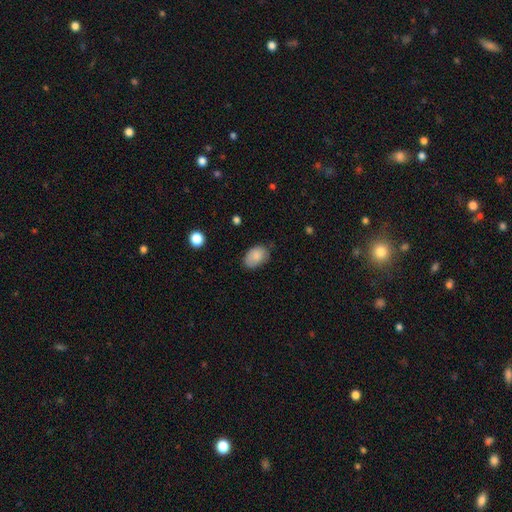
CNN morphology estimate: The model was most divided on "merging": none: 67%, minor disturbance: 26%, major disturbance: 5%, merger: 1%. More confident: how rounded — in between (87%); smooth or featured — smooth (85%).